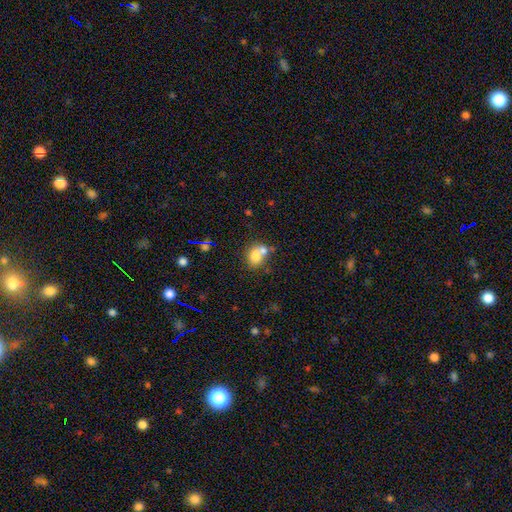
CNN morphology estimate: Overall: smooth (74%). How rounded: round (56%; in between 43%). Merging: merger (49%; none 37%).